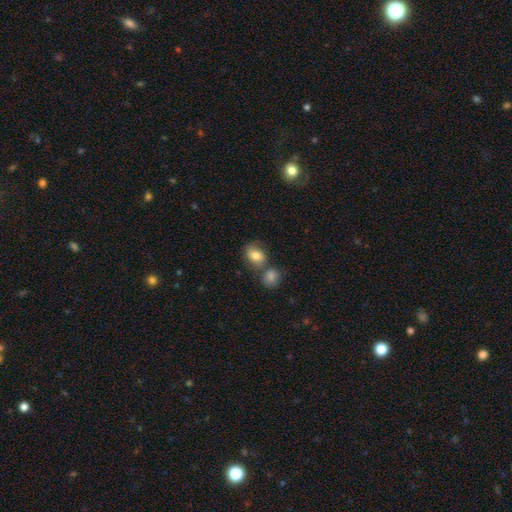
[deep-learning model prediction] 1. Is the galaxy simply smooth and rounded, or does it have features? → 79% smooth, 12% featured or disk, 9% star or artifact.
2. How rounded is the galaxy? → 68% in between, 31% round, 1% cigar-shaped.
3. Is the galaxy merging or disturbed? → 47% none, 33% merger, 14% minor disturbance, 5% major disturbance.